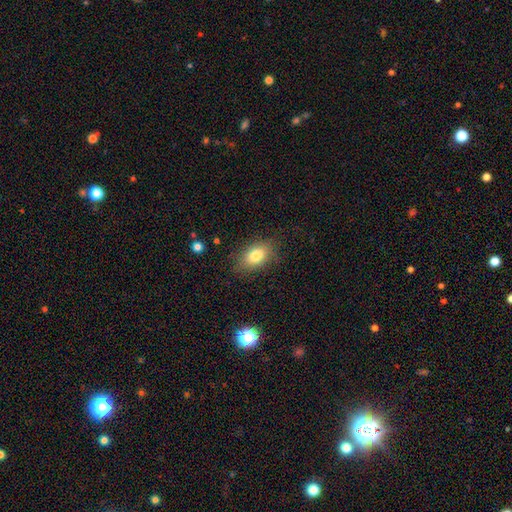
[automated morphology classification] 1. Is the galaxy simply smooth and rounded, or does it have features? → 81% smooth, 11% featured or disk, 9% star or artifact.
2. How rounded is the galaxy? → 87% in between, 10% round, 2% cigar-shaped.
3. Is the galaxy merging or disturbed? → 80% none, 14% minor disturbance, 4% major disturbance, 1% merger.